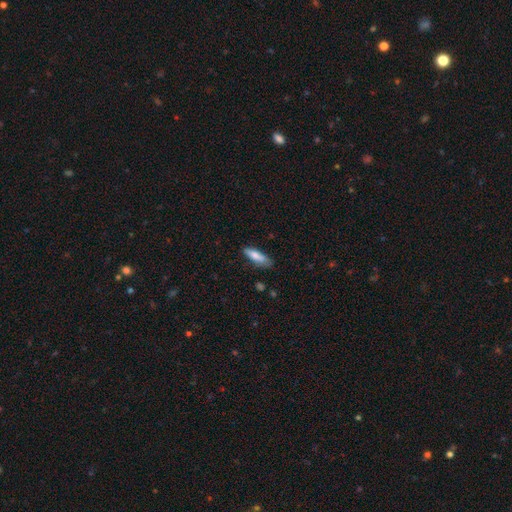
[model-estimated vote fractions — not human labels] A smooth galaxy with no disk features (78%) that is cigar-shaped (58%). Merging: none (73%).